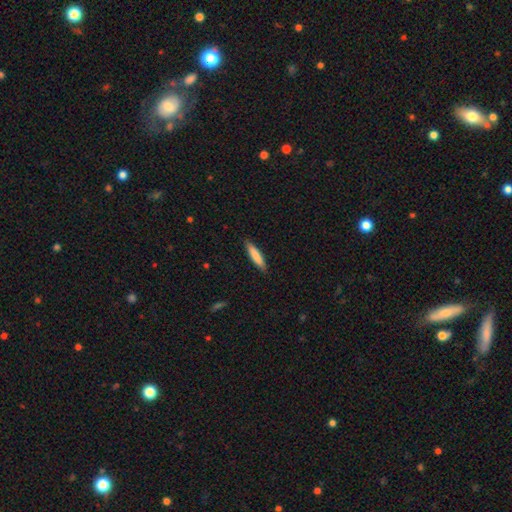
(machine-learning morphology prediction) smooth 81%, featured or disk 13%, star or artifact 5%. Down the decision tree: how rounded — cigar-shaped (85%); merging — none (89%).